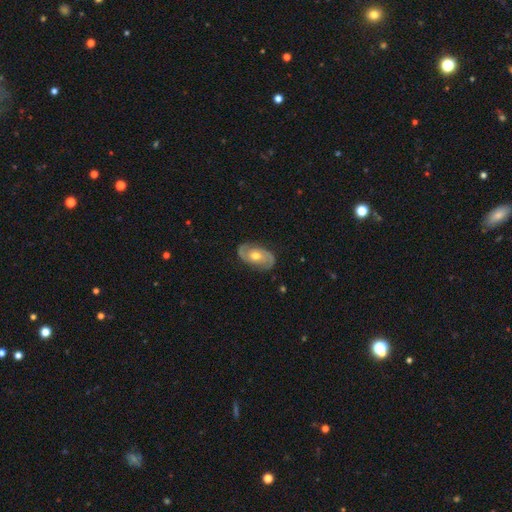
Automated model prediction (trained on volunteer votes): This appears to be a featured or disk galaxy (80%) with no bar (65%), 2 (89%) medium (45%) spiral arms (91%) and a moderate central bulge (77%). Merging: none (83%).